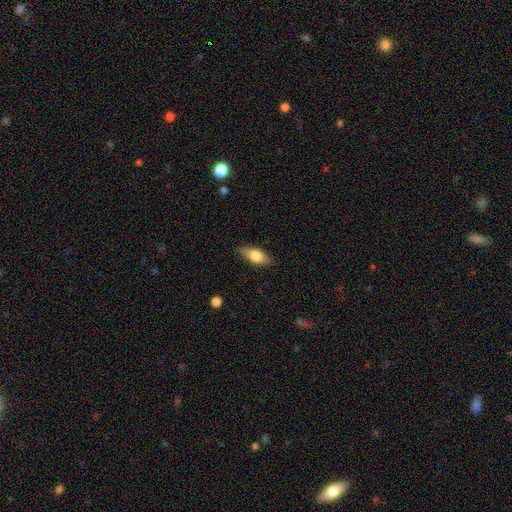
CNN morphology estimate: This is likely a smooth galaxy (70%). How rounded: likely in between (77%). Merging: clearly none (85%).